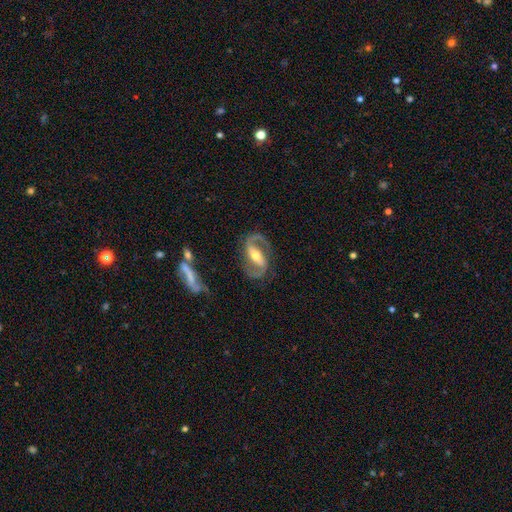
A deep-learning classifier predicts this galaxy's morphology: Smooth or featured?
  - featured or disk: 90% *
  - smooth: 5%
  - star or artifact: 4%
Edge-on disk?
  - no: 97% *
  - yes: 3%
Bar?
  - strong: 56% *
  - weak: 31%
  - no: 14%
Spiral arms?
  - yes: 97% *
  - no: 3%
Spiral winding?
  - medium: 57% *
  - loose: 27%
  - tight: 16%
Spiral arm count?
  - 2: 93% *
  - 1: 2%
  - can't tell: 2%
  - 3: 1%
  - 4: 1%
  - more than 4: 1%
Bulge size?
  - moderate: 64% *
  - small: 28%
  - large: 6%
  - none: 1%
  - dominant: 1%
Merging?
  - none: 80% *
  - minor disturbance: 11%
  - major disturbance: 6%
  - merger: 2%